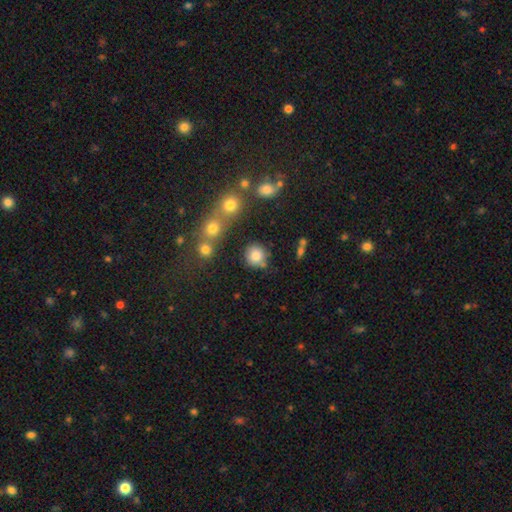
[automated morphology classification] A smooth galaxy with no disk features (81%) that is round (85%). Merging: none (72%).